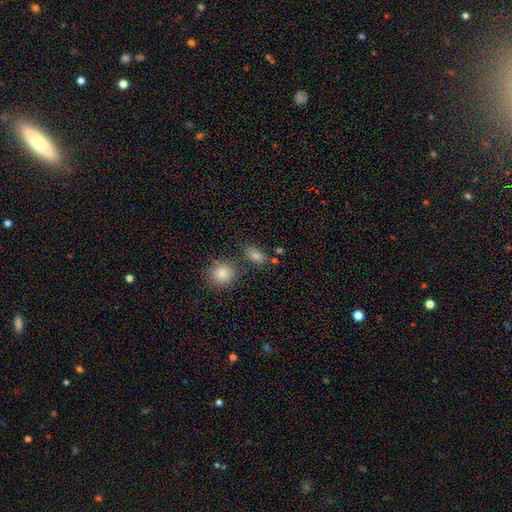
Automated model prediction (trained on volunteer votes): Q: Smooth or featured?
A: smooth (79%); runner-up: star or artifact (13%)
Q: How rounded?
A: in between (77%); runner-up: round (18%)
Q: Merging?
A: none (71%); runner-up: minor disturbance (13%)